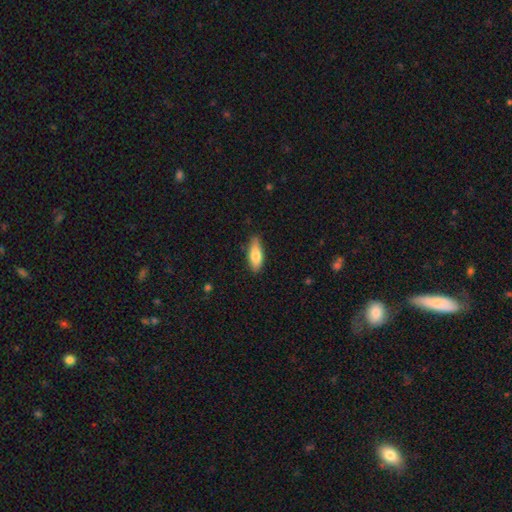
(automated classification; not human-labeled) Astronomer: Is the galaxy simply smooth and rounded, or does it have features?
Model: smooth — 78%.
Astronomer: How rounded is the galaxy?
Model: in between — 64%.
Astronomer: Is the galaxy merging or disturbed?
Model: none — 80%.